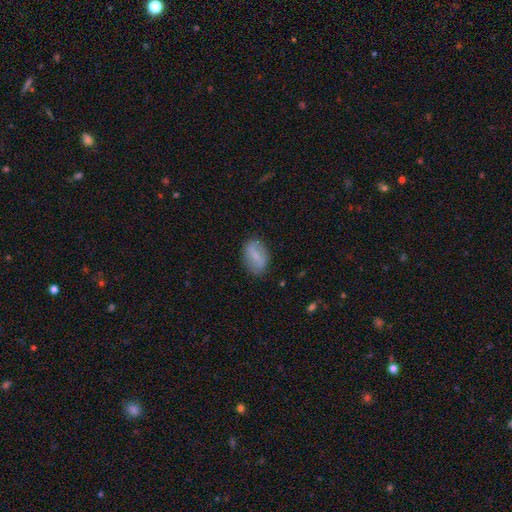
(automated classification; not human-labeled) Smooth or featured: smooth — 56% (featured or disk — 37%)
How rounded: in between — 87% (round — 11%)
Merging: none — 79% (minor disturbance — 15%)